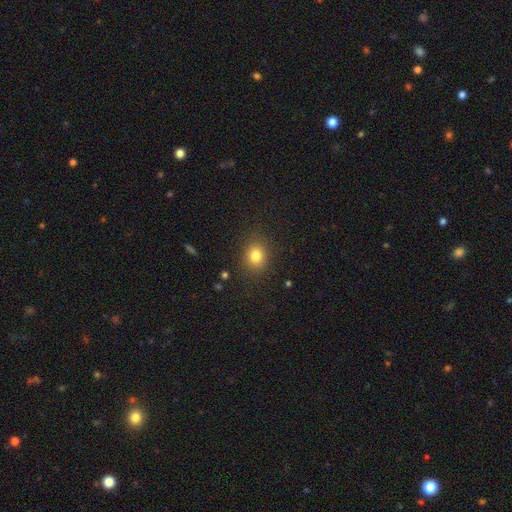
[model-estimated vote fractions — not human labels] Smooth or featured? smooth (81%)
How rounded? round (64%)
Merging? none (86%)